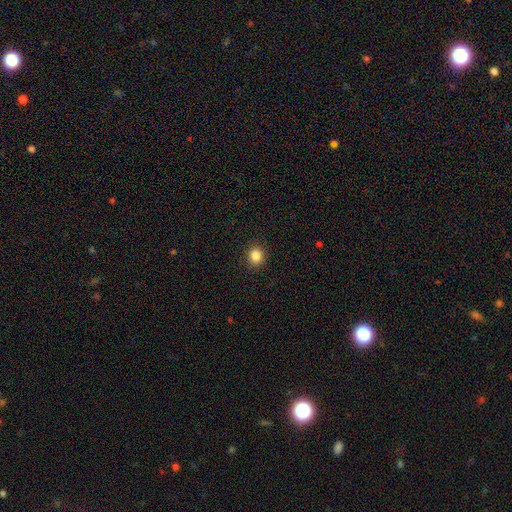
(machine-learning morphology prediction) The model was most divided on "how rounded": round: 81%, in between: 18%, cigar-shaped: 1%. More confident: merging — none (91%); smooth or featured — smooth (85%).